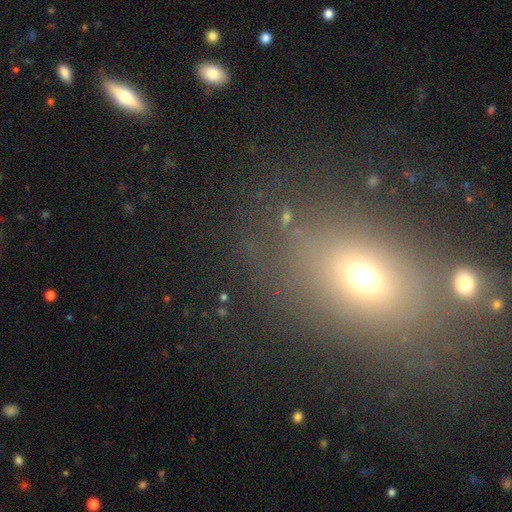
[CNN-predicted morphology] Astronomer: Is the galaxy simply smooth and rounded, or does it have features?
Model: smooth — 56%.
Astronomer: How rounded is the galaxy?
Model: in between — 61%.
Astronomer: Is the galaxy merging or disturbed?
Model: none — 75%.